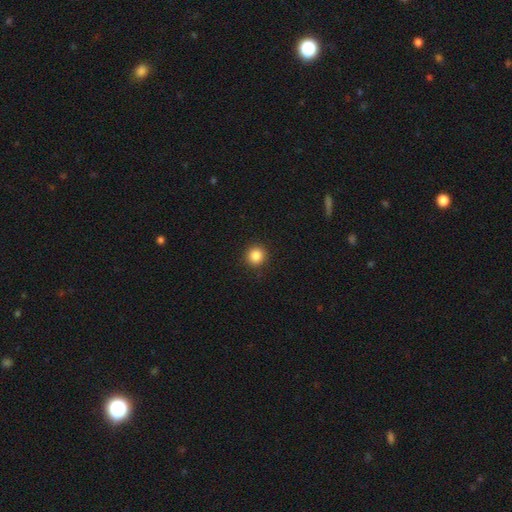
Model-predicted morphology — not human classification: Smooth or featured: smooth — 86% (star or artifact — 10%)
How rounded: round — 93% (in between — 6%)
Merging: none — 92% (minor disturbance — 5%)